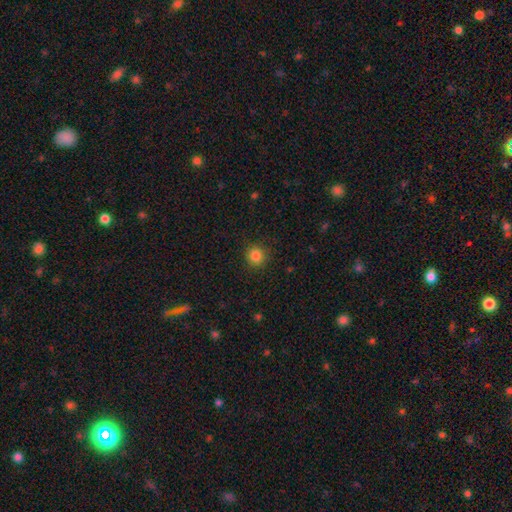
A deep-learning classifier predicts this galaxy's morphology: The model was most divided on "smooth or featured": smooth: 84%, star or artifact: 12%, featured or disk: 4%. More confident: how rounded — round (93%); merging — none (90%).